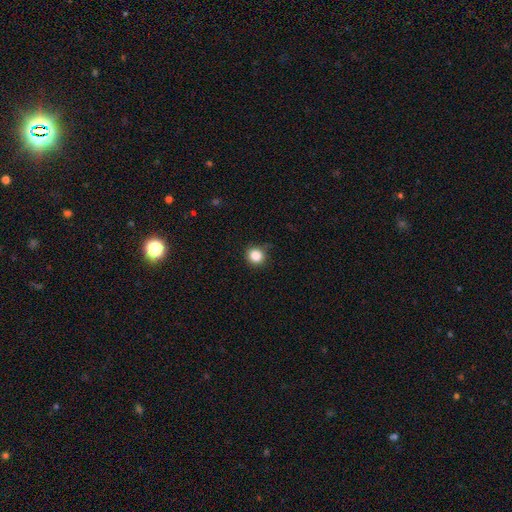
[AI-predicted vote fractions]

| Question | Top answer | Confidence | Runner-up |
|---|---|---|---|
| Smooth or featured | smooth | 86% | star or artifact (11%) |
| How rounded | round | 90% | in between (9%) |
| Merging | none | 82% | minor disturbance (14%) |